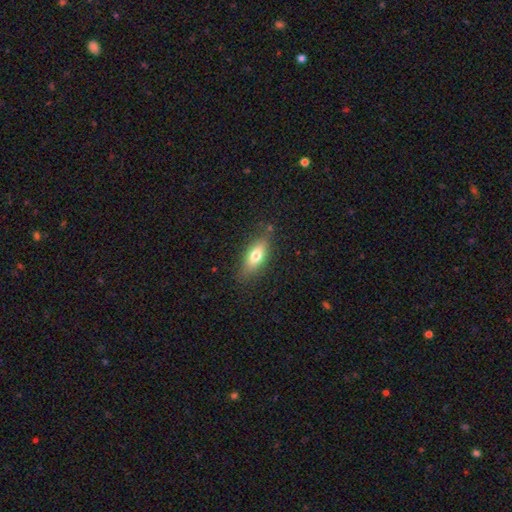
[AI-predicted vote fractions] A smooth galaxy with no disk features (69%) that is in between round and cigar-shaped (69%). Merging: none (81%).